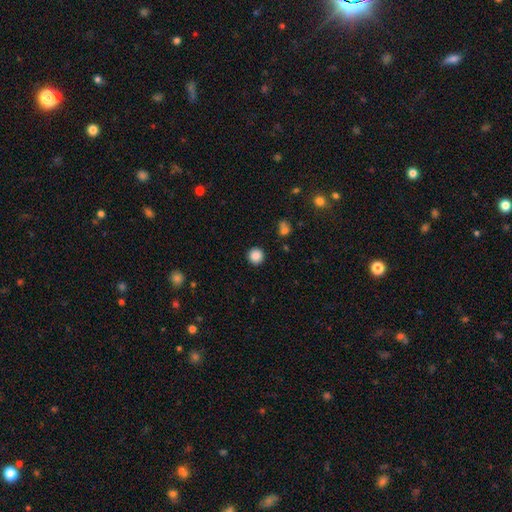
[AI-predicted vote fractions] Smooth or featured? Predicted: smooth (p=0.87). How rounded? Predicted: round (p=0.95). Merging? Predicted: none (p=0.91).